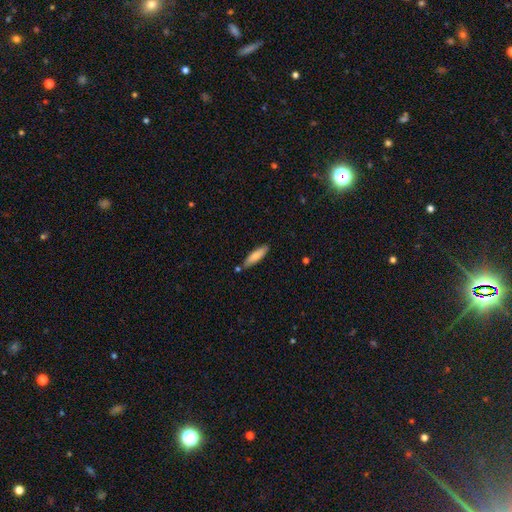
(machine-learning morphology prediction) A smooth galaxy with no disk features (79%) that is cigar-shaped (67%).

Vote fractions:
- Smooth or featured? smooth: 79% / featured or disk: 15% / star or artifact: 6%
- How rounded? cigar-shaped: 67% / in between: 31% / round: 1%
- Merging? none: 79% / minor disturbance: 13% / merger: 6% / major disturbance: 2%